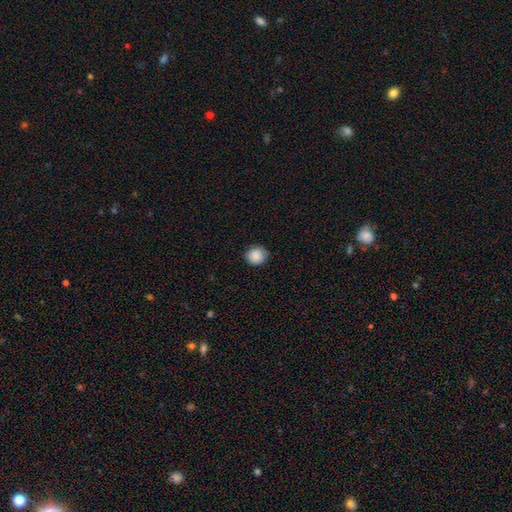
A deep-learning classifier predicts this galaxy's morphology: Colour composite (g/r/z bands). It shows a smooth galaxy with no disk features (89%) that is round (84%). Merging: none (87%).